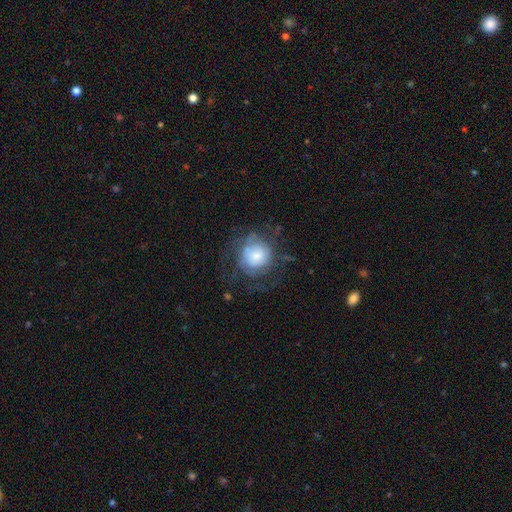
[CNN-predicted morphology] This appears to be a featured or disk galaxy (46%). Merging: none (58%).